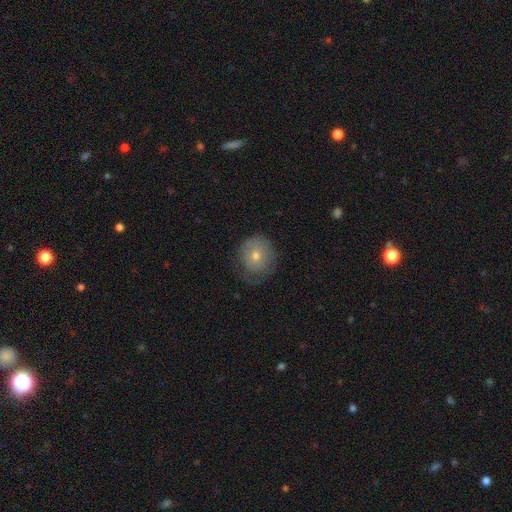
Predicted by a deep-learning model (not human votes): The model was most divided on "smooth or featured": smooth: 59%, featured or disk: 31%, star or artifact: 10%. More confident: how rounded — round (82%); merging — none (62%).